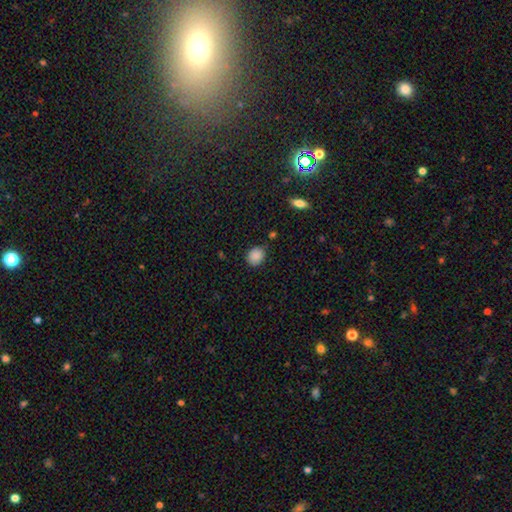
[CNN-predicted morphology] Q: Smooth or featured?
A: smooth (88%); runner-up: star or artifact (9%)
Q: How rounded?
A: round (53%); runner-up: in between (46%)
Q: Merging?
A: none (80%); runner-up: minor disturbance (14%)